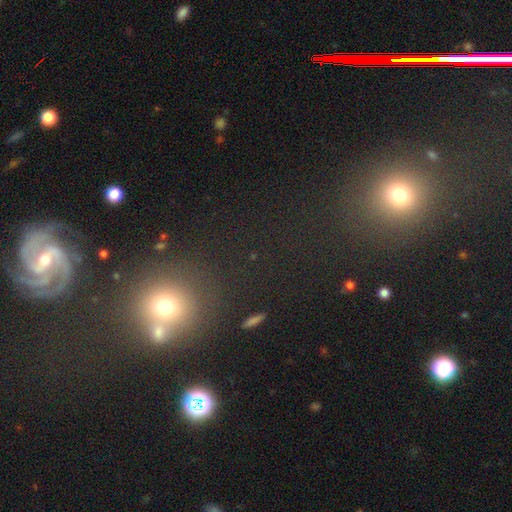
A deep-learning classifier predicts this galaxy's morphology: Smooth or featured: smooth — 50% (star or artifact — 32%)
Merging: none — 74% (merger — 11%)